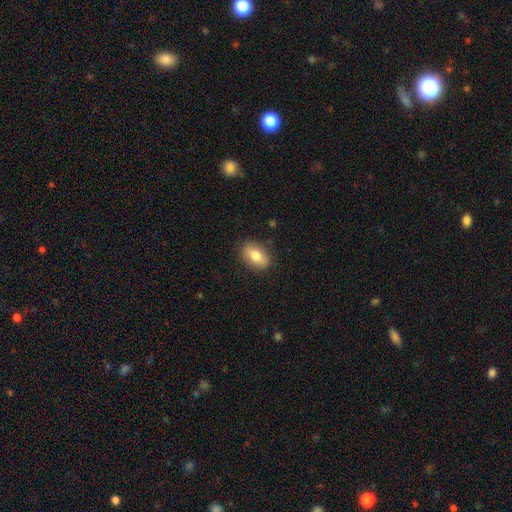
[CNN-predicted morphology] A smooth galaxy with no disk features (75%) that is in between round and cigar-shaped (84%). Merging: none (85%).